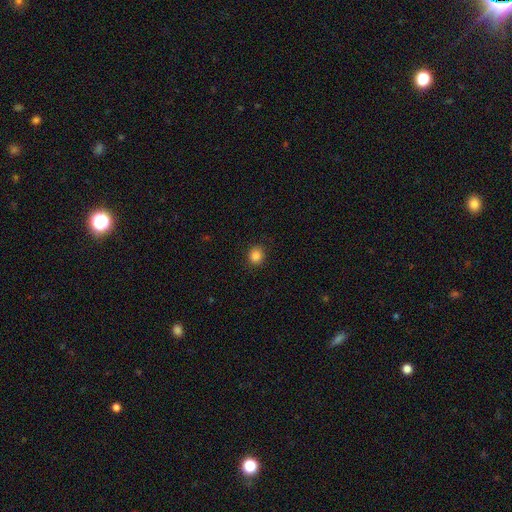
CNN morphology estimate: Smooth or featured?
  - smooth: 86% *
  - star or artifact: 11%
  - featured or disk: 3%
How rounded?
  - round: 80% *
  - in between: 19%
  - cigar-shaped: 1%
Merging?
  - none: 89% *
  - minor disturbance: 8%
  - major disturbance: 2%
  - merger: 1%